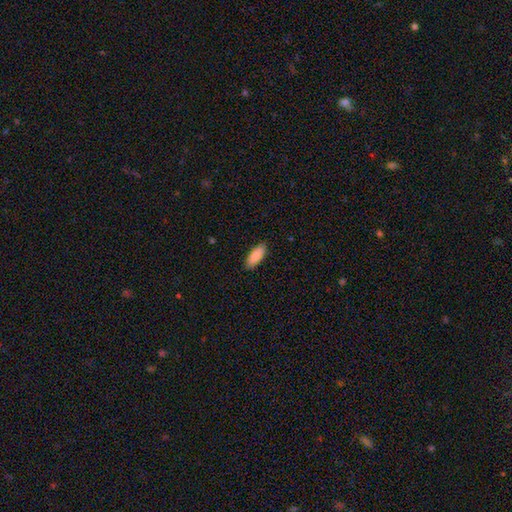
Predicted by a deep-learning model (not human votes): smooth-or-featured: smooth: 89% | star or artifact: 5% | featured or disk: 5%
  how-rounded: in between: 77% | cigar-shaped: 21% | round: 2%
  merging: none: 89% | minor disturbance: 9% | major disturbance: 2% | merger: 1%